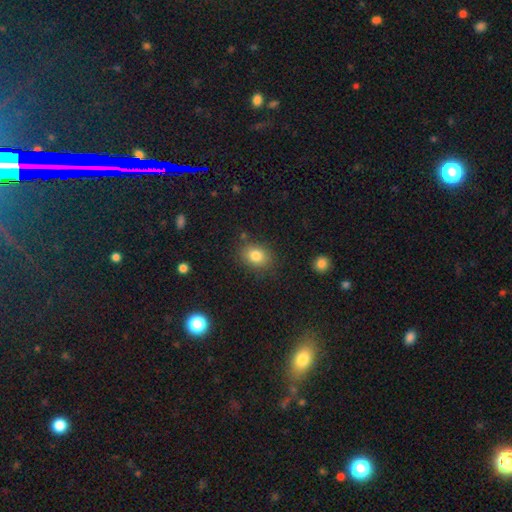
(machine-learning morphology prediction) smooth_or_featured: smooth (p=0.82) [alt: star or artifact p=0.10]
how_rounded: in between (p=0.59) [alt: round p=0.40]
merging: none (p=0.82) [alt: minor disturbance p=0.12]